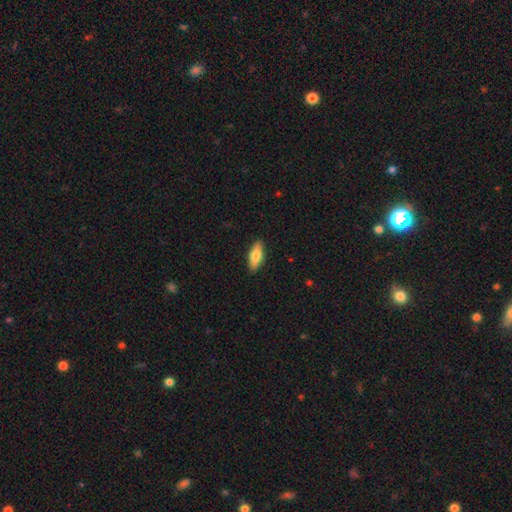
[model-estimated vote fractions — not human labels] Smooth or featured? smooth (74%)
How rounded? in between (73%)
Merging? none (88%)